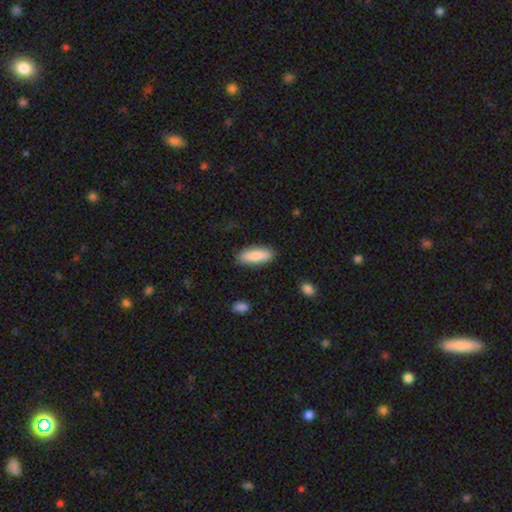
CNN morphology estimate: This is clearly a smooth galaxy (86%). How rounded: likely in between (63%). Merging: clearly none (85%).